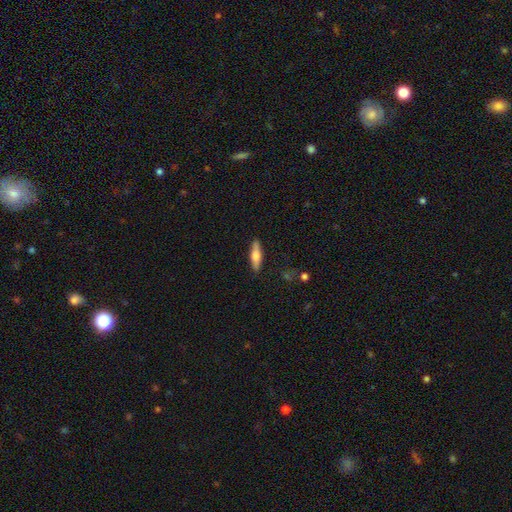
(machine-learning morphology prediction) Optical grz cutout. It shows a smooth galaxy with no disk features (53%) that is cigar-shaped (68%). Merging: none (88%).